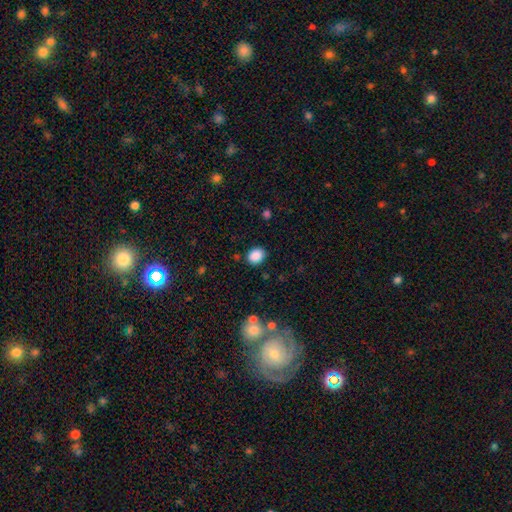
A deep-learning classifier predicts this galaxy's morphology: smooth 87%, star or artifact 9%, featured or disk 4%. Down the decision tree: how rounded — round (58%); merging — none (84%).